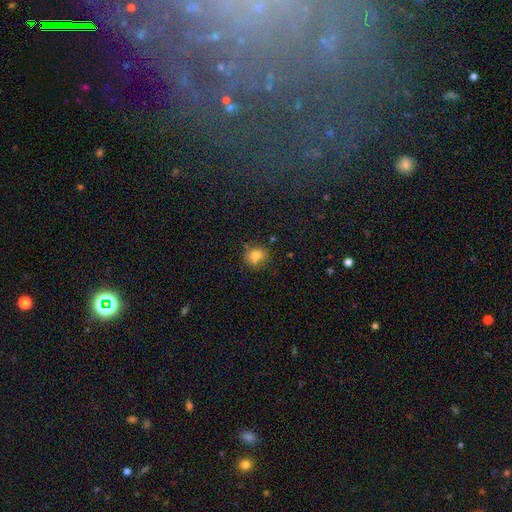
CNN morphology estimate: smooth-or-featured: smooth: 78% | star or artifact: 12% | featured or disk: 10%
  how-rounded: round: 68% | in between: 31% | cigar-shaped: 1%
  merging: none: 66% | minor disturbance: 20% | merger: 8% | major disturbance: 6%